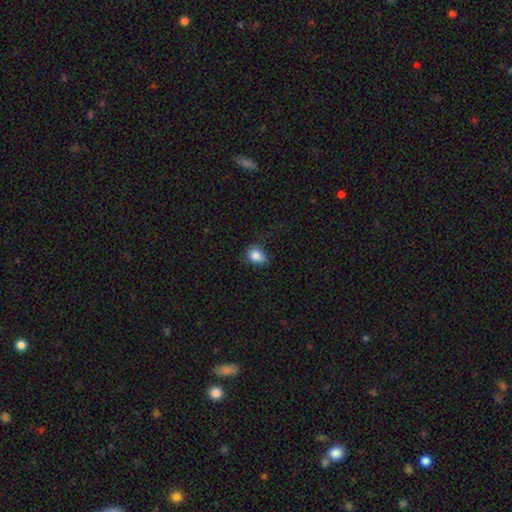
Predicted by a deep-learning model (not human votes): The model was most divided on "merging": none: 51%, minor disturbance: 34%, major disturbance: 13%, merger: 2%. More confident: smooth or featured — smooth (83%); how rounded — in between (63%).